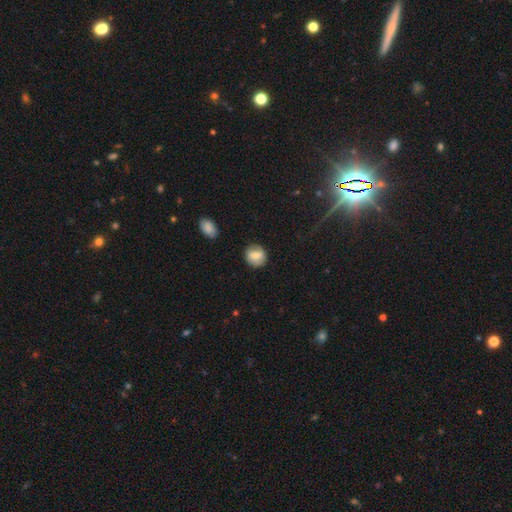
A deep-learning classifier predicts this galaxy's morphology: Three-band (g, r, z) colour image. It shows a smooth galaxy with no disk features (65%) that is round (78%). Merging: none (82%).